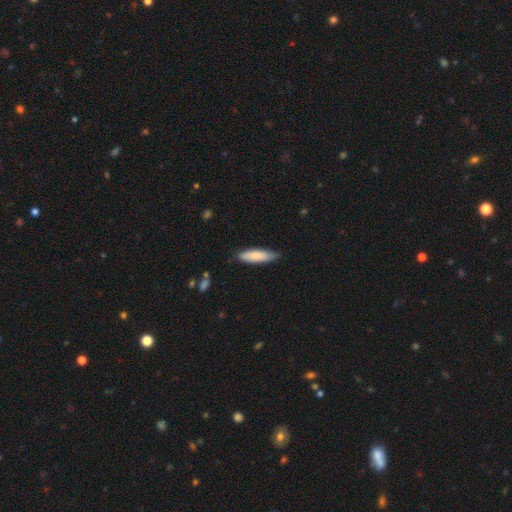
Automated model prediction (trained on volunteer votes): Smooth or featured? Predicted: smooth (p=0.81). How rounded? Predicted: cigar-shaped (p=0.61). Merging? Predicted: none (p=0.75).